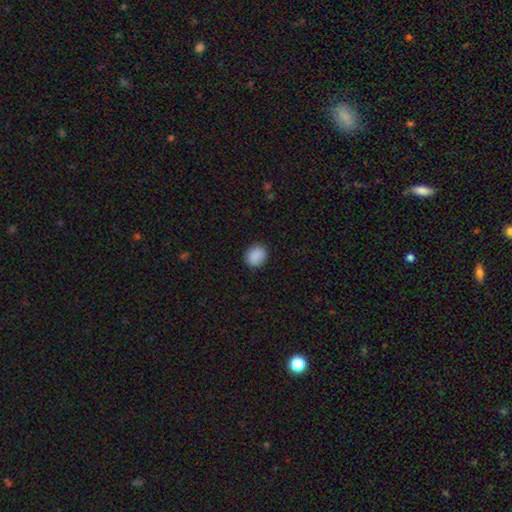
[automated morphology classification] Smooth or featured?
  - smooth: 90% *
  - star or artifact: 8%
  - featured or disk: 3%
How rounded?
  - round: 62% *
  - in between: 37%
  - cigar-shaped: 1%
Merging?
  - none: 89% *
  - minor disturbance: 8%
  - major disturbance: 2%
  - merger: 1%